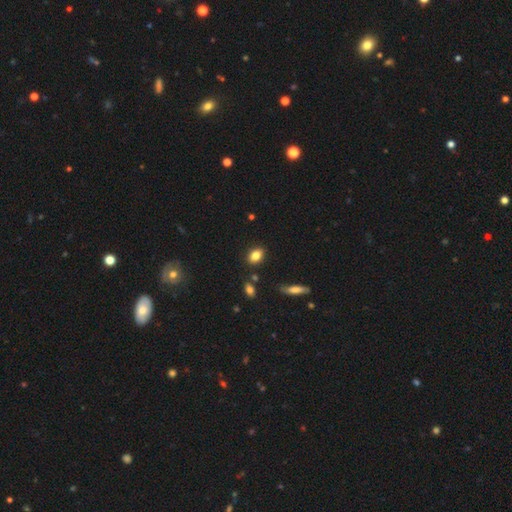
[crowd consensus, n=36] Overall: smooth (89%). How rounded: in between (72%). Merging: none (89%).